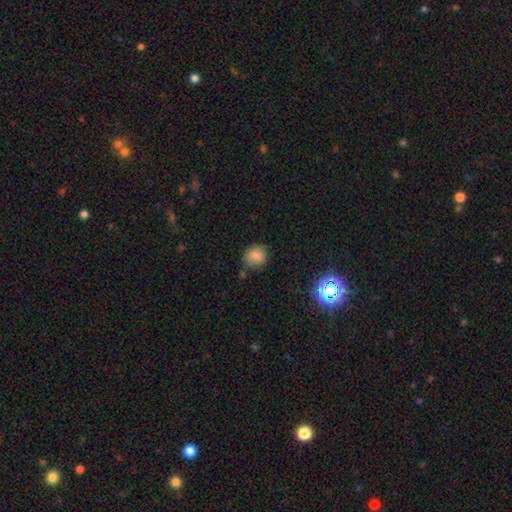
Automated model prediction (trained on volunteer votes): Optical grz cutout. It shows a smooth galaxy with no disk features (81%) that is round (80%). Merging: none (80%).